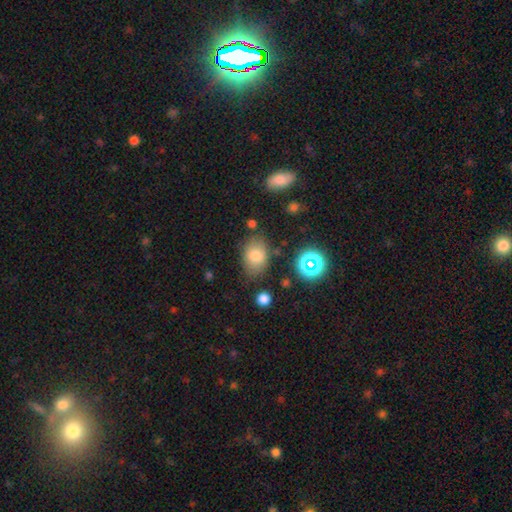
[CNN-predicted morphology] This is likely a smooth galaxy (76%). How rounded: likely in between (78%). Merging: likely none (74%).